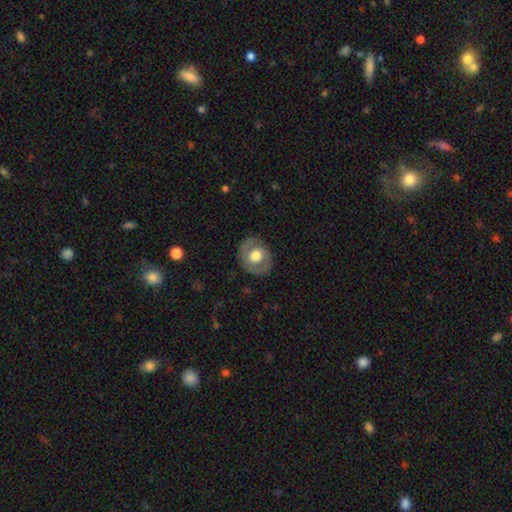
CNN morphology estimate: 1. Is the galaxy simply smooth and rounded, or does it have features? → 52% smooth, 42% featured or disk, 7% star or artifact.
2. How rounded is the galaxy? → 63% round, 36% in between, 1% cigar-shaped.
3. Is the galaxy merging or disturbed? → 82% none, 13% minor disturbance, 5% major disturbance, 1% merger.